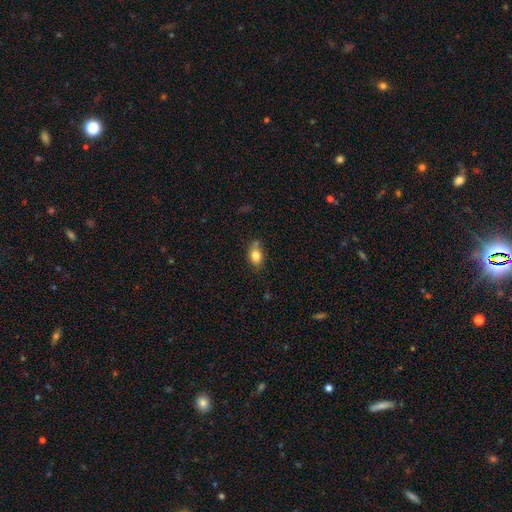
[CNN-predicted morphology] Smooth or featured? Predicted: smooth (p=0.81). How rounded? Predicted: in between (p=0.74). Merging? Predicted: none (p=0.56).